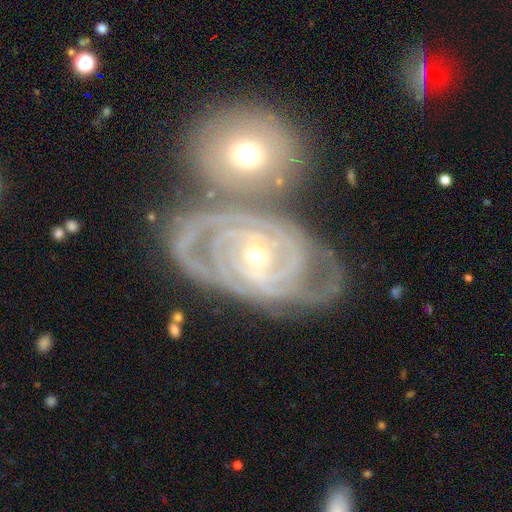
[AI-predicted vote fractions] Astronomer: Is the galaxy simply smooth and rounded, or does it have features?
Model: featured or disk — 91%.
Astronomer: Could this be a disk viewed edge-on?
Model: no — 96%.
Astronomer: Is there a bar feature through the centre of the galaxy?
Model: no — 56%.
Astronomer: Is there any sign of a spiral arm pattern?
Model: yes — 98%.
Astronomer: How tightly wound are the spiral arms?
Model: tight — 78%.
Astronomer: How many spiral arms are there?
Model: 3 — 33% (runner-up: 2, 27%).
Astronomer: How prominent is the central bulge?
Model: small — 57% (runner-up: moderate, 40%).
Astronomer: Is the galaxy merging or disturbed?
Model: none — 55%.